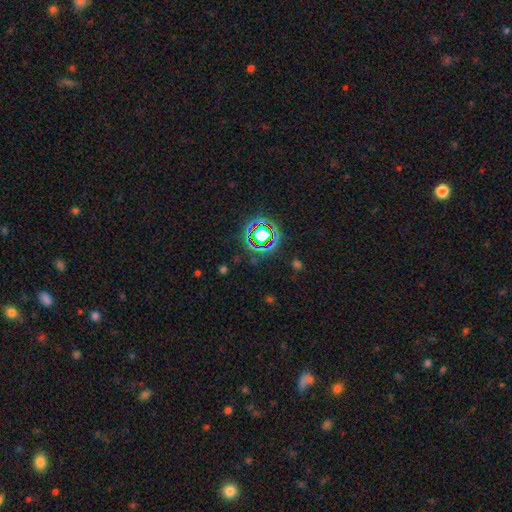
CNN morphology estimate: Overall: star or artifact (72%).